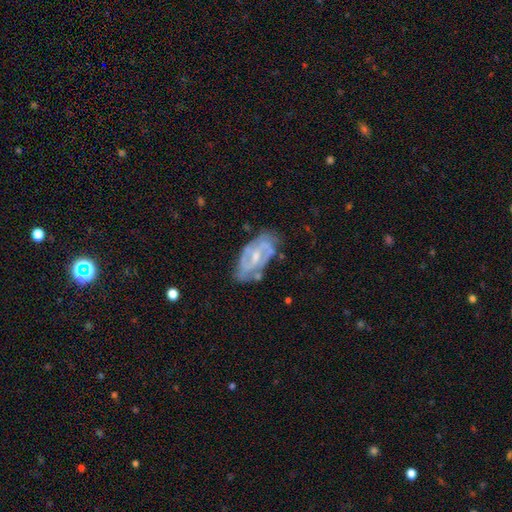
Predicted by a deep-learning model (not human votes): A featured or disk galaxy (83%) with a weak bar (51%), 2 (68%) tight (44%) spiral arms (91%) and a small central bulge (55%). Merging: none (68%).